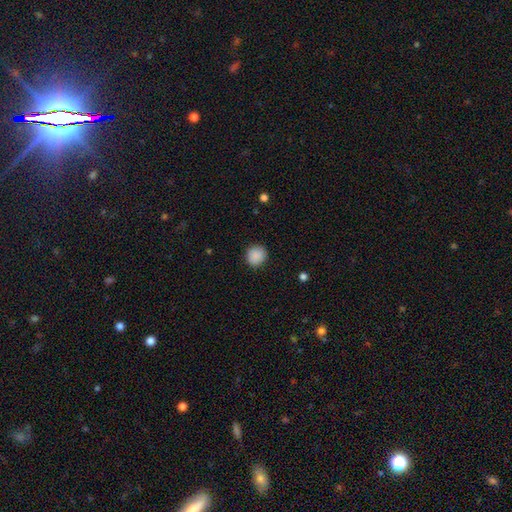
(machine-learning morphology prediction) This appears to be a smooth galaxy with no disk features (89%) that is round (89%). Merging: none (89%).